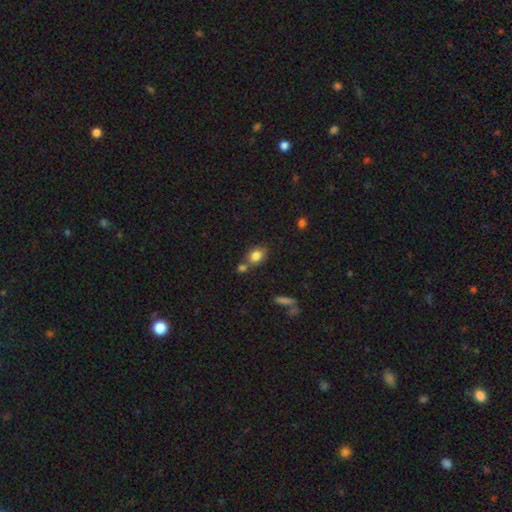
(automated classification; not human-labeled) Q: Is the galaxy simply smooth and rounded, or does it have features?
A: smooth — 81%.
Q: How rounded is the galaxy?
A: in between — 62%.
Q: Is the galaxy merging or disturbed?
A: none — 58%.